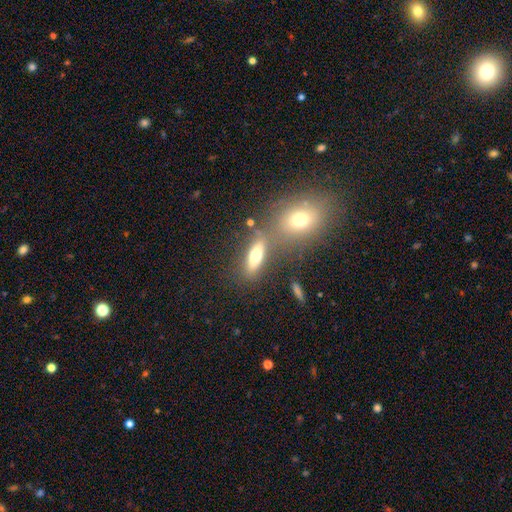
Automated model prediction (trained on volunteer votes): Q: Smooth or featured?
A: smooth (65%); runner-up: featured or disk (24%)
Q: How rounded?
A: in between (63%); runner-up: cigar-shaped (28%)
Q: Merging?
A: none (62%); runner-up: merger (21%)